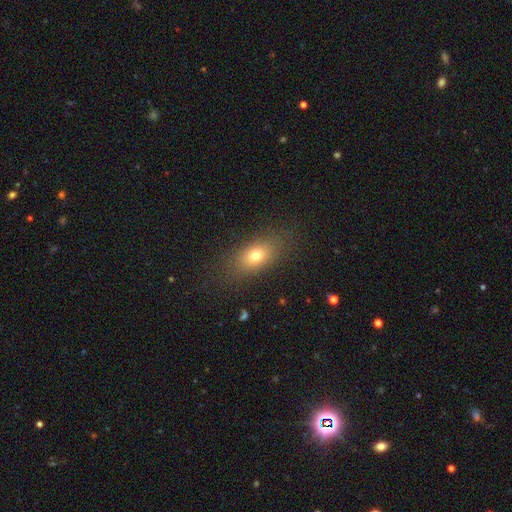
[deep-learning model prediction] The model was most divided on "smooth or featured": smooth: 73%, featured or disk: 15%, star or artifact: 12%. More confident: merging — none (83%); how rounded — in between (77%).